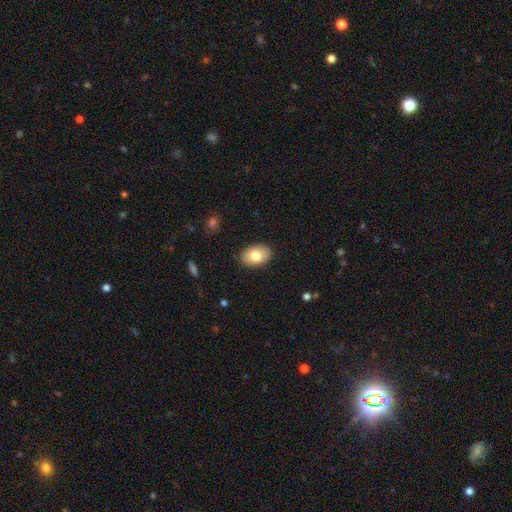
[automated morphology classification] This is likely a smooth galaxy (77%). How rounded: clearly in between (85%). Merging: clearly none (88%).